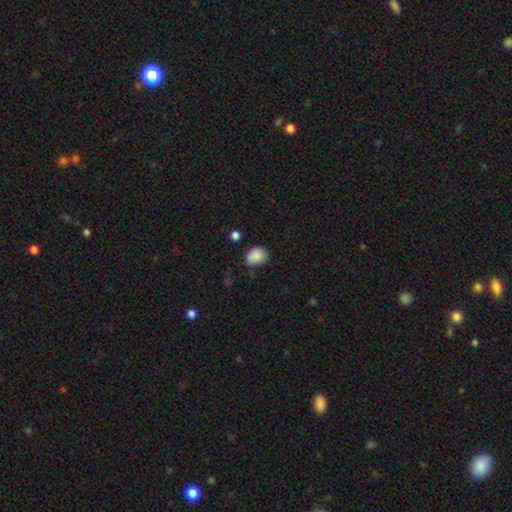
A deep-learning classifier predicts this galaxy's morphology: A smooth galaxy with no disk features (86%) that is round (50%). Merging: none (64%).